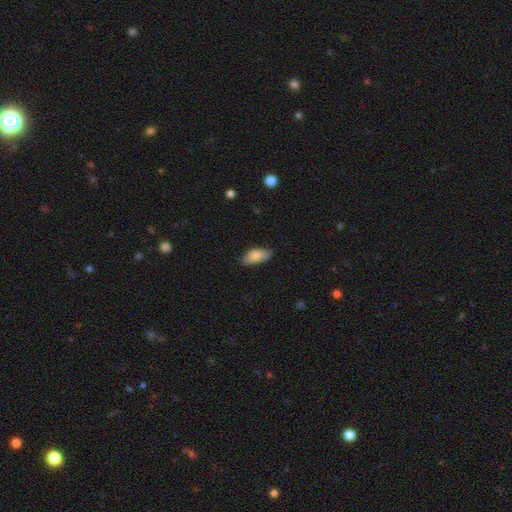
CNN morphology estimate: The model was most divided on "merging": none: 77%, minor disturbance: 19%, major disturbance: 3%, merger: 1%. More confident: how rounded — in between (90%); smooth or featured — smooth (84%).